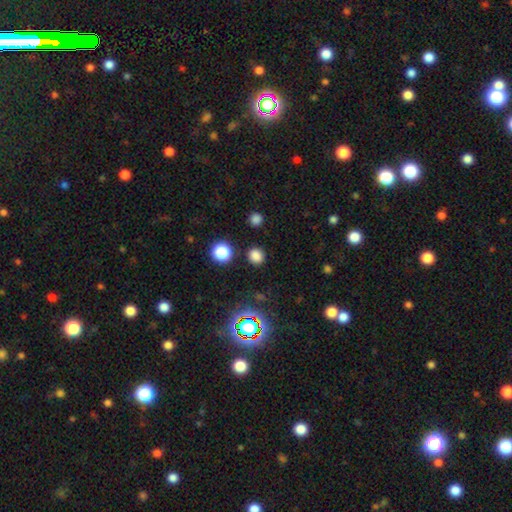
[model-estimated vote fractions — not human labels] Q: Smooth or featured?
A: smooth (77%); runner-up: star or artifact (19%)
Q: How rounded?
A: round (87%); runner-up: in between (12%)
Q: Merging?
A: none (88%); runner-up: minor disturbance (6%)